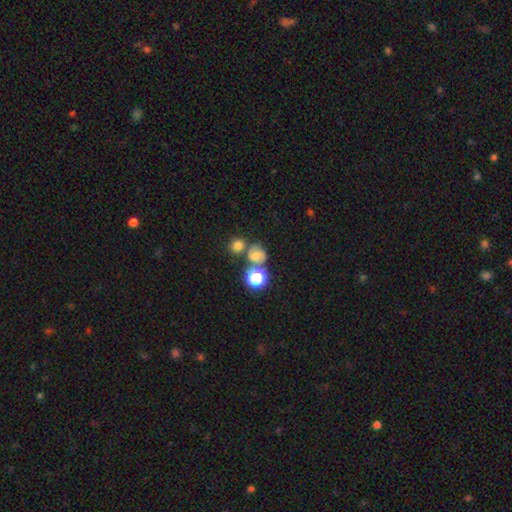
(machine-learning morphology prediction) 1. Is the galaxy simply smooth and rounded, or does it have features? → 52% smooth, 26% star or artifact, 22% featured or disk.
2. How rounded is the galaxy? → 75% round, 24% in between, 1% cigar-shaped.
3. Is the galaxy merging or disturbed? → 55% none, 25% merger, 13% minor disturbance, 7% major disturbance.